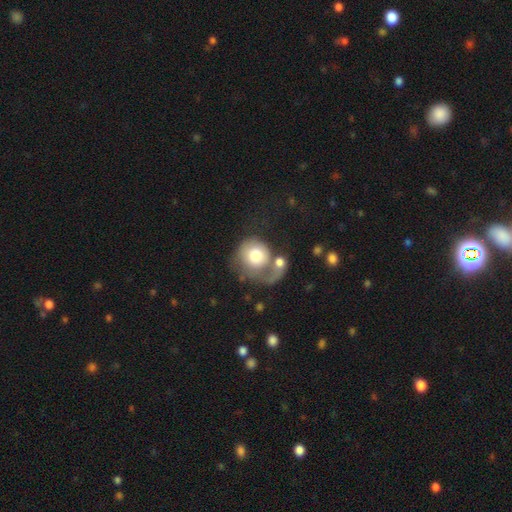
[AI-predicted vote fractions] Q: Smooth or featured?
A: smooth (66%); runner-up: featured or disk (28%)
Q: How rounded?
A: round (81%); runner-up: in between (18%)
Q: Merging?
A: merger (33%); runner-up: major disturbance (31%)